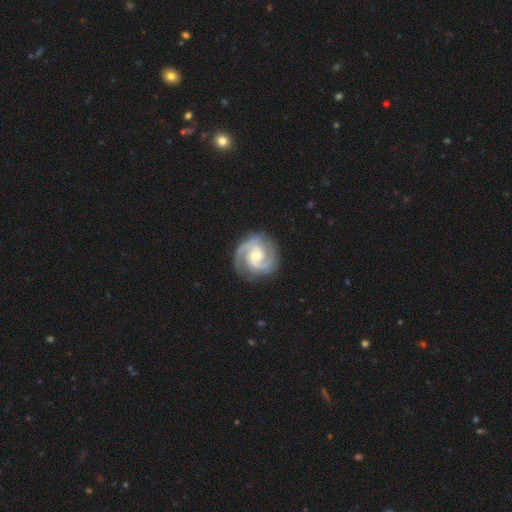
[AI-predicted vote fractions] Smooth or featured?
  - featured or disk: 93% *
  - smooth: 4%
  - star or artifact: 4%
Edge-on disk?
  - no: 98% *
  - yes: 2%
Bar?
  - no: 51% *
  - weak: 38%
  - strong: 10%
Spiral arms?
  - yes: 99% *
  - no: 1%
Spiral winding?
  - tight: 54% *
  - medium: 41%
  - loose: 5%
Spiral arm count?
  - 2: 72% *
  - 3: 17%
  - can't tell: 4%
  - 4: 2%
  - 1: 2%
  - more than 4: 2%
Bulge size?
  - small: 48% *
  - moderate: 47%
  - large: 2%
  - none: 2%
  - dominant: 1%
Merging?
  - none: 84% *
  - minor disturbance: 12%
  - major disturbance: 4%
  - merger: 1%